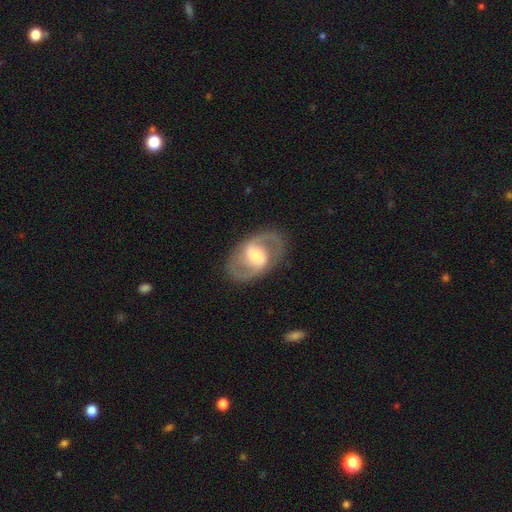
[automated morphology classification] Smooth or featured? featured or disk (84%)
Edge-on disk? no (97%)
Bar? weak (48%)
Spiral arms? yes (92%)
Spiral winding? medium (57%)
Spiral arm count? 2 (92%)
Bulge size? moderate (50%)
Merging? none (84%)